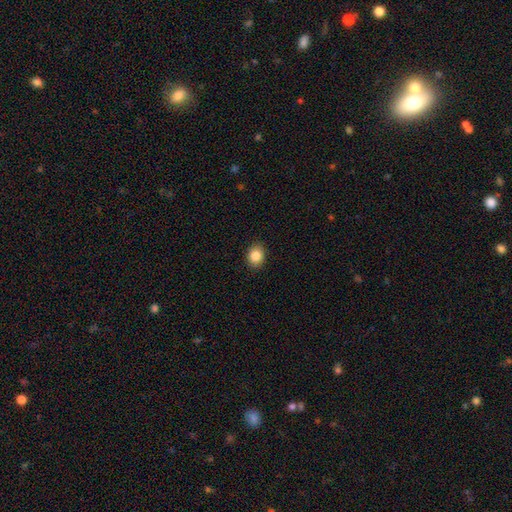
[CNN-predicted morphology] Q: Smooth or featured?
A: smooth (86%); runner-up: star or artifact (9%)
Q: How rounded?
A: round (50%); runner-up: in between (49%)
Q: Merging?
A: none (90%); runner-up: minor disturbance (7%)